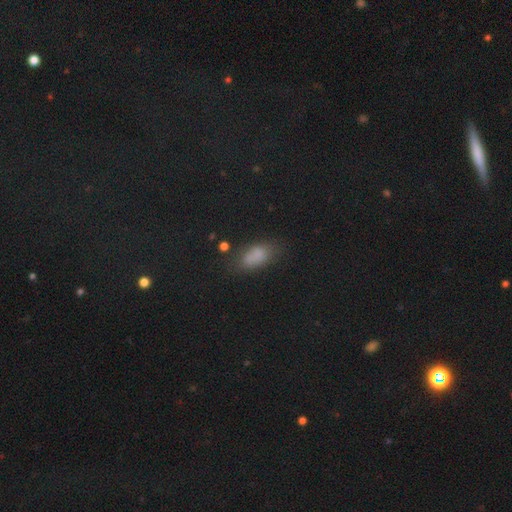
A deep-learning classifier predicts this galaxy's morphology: This appears to be a smooth galaxy with no disk features (75%) that is in between round and cigar-shaped (86%). Merging: none (61%).